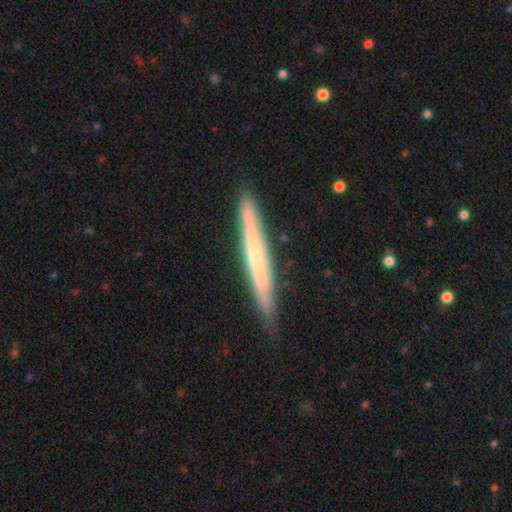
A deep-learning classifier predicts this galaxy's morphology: This is possibly a featured or disk galaxy (54%). It is clearly viewed edge-on (92%). Merging: clearly none (86%).